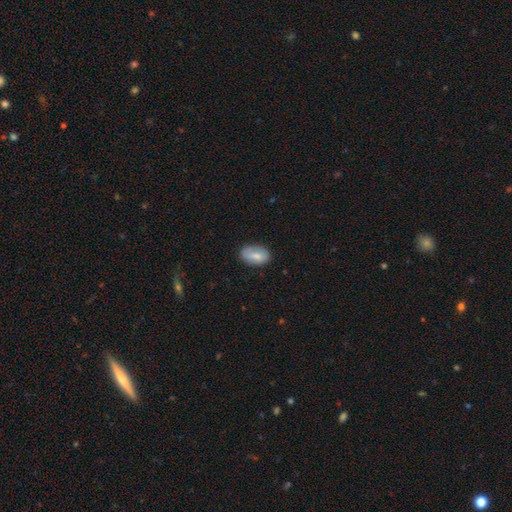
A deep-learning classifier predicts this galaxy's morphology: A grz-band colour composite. It shows a smooth galaxy with no disk features (75%) that is in between round and cigar-shaped (91%). Merging: none (77%).